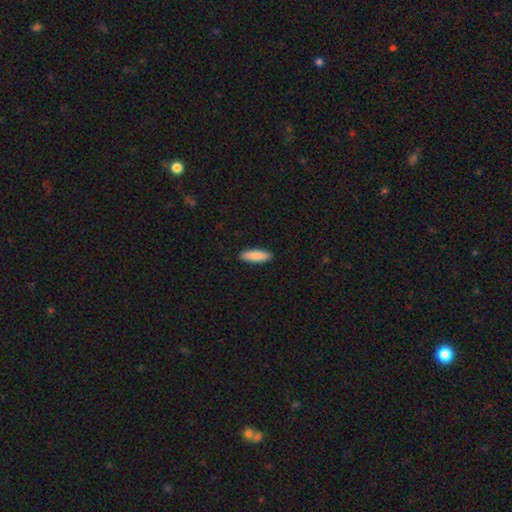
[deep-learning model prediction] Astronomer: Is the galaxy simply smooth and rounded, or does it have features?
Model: smooth — 89%.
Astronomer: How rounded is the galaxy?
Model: in between — 50% (runner-up: cigar-shaped, 49%).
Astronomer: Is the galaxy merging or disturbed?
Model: none — 91%.